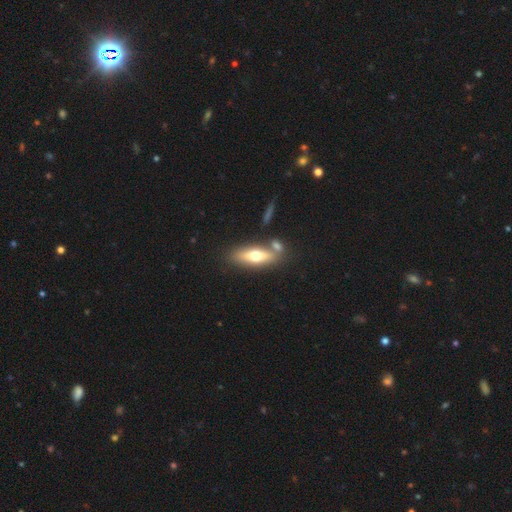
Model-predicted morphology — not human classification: A smooth galaxy with no disk features (57%) that is in between round and cigar-shaped (54%). Merging: none (65%).